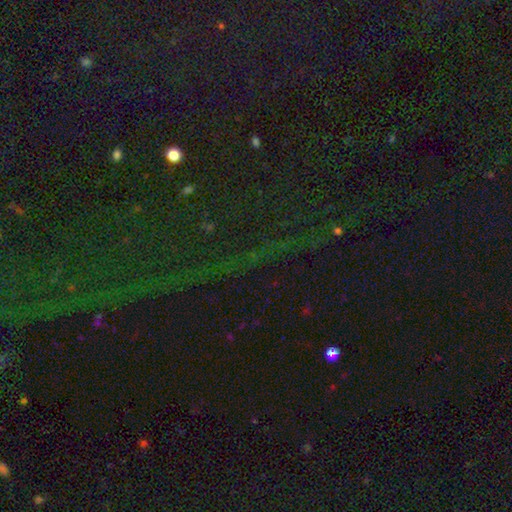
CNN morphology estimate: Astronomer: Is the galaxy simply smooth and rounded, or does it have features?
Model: star or artifact — 82%.